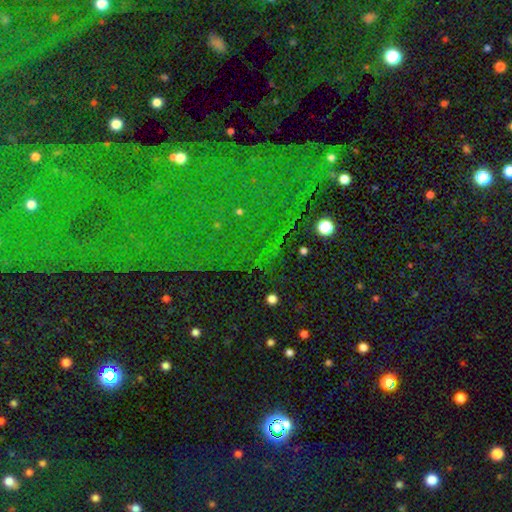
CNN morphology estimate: The model was most divided on "smooth or featured": star or artifact: 81%, smooth: 10%, featured or disk: 9%.